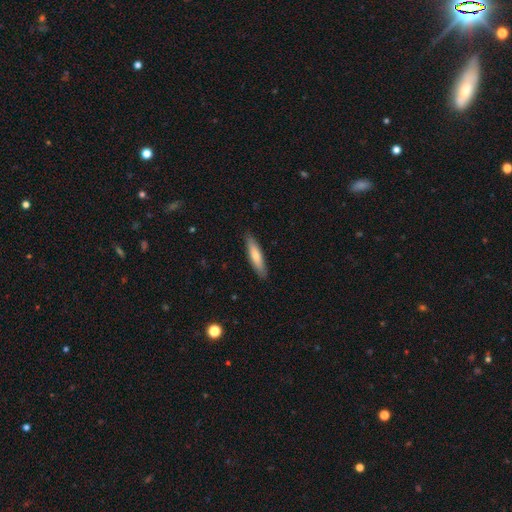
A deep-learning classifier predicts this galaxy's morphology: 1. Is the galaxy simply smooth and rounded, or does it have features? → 73% smooth, 22% featured or disk, 5% star or artifact.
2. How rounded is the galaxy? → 81% cigar-shaped, 18% in between, 1% round.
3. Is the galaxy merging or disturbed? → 89% none, 8% minor disturbance, 2% major disturbance, 1% merger.